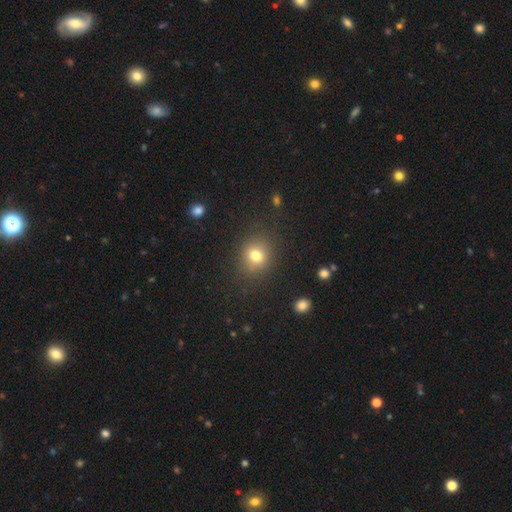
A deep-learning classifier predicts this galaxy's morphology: Smooth or featured? smooth (77%)
How rounded? round (72%)
Merging? none (83%)